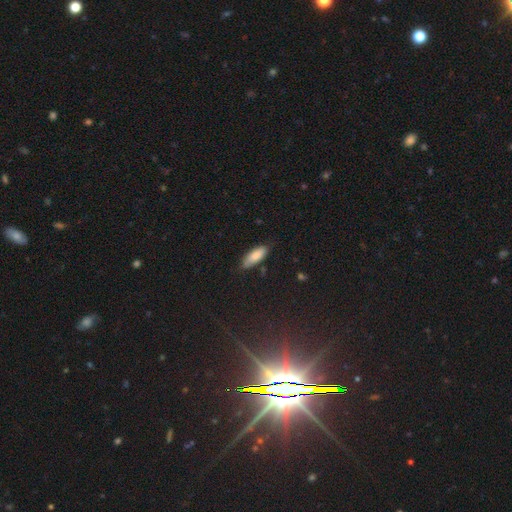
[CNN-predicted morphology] This appears to be a smooth galaxy with no disk features (83%) that is in between round and cigar-shaped (71%). Merging: none (73%).